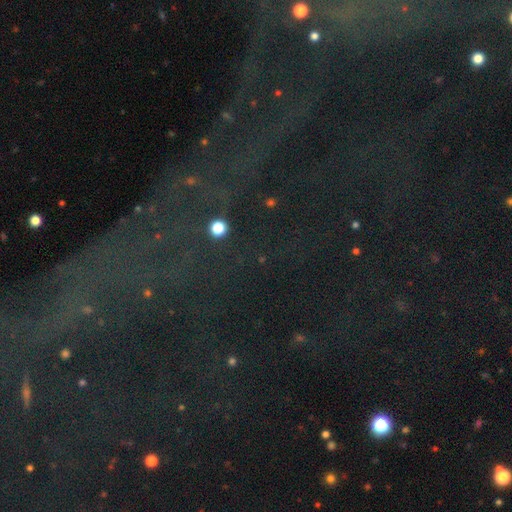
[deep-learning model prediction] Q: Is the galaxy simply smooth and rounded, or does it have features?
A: star or artifact — 80%.